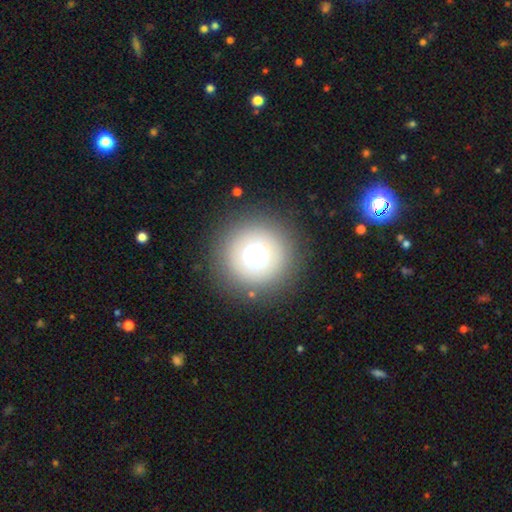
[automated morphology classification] Smooth or featured?
  - smooth: 65% *
  - featured or disk: 19%
  - star or artifact: 15%
How rounded?
  - round: 96% *
  - in between: 3%
  - cigar-shaped: 1%
Merging?
  - none: 86% *
  - minor disturbance: 8%
  - major disturbance: 5%
  - merger: 2%